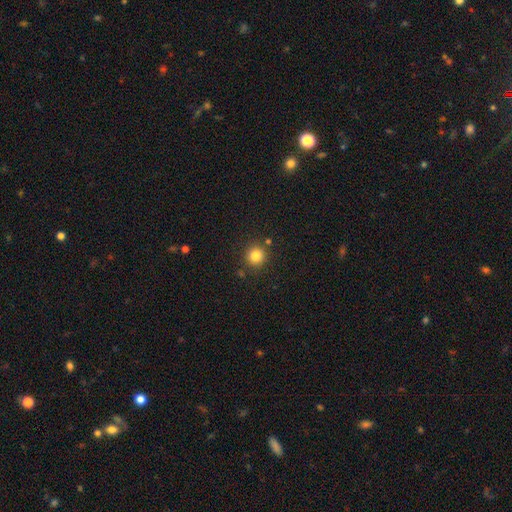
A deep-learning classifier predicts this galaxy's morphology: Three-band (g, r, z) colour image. It shows a smooth galaxy with no disk features (82%) that is round (93%). Merging: none (86%).